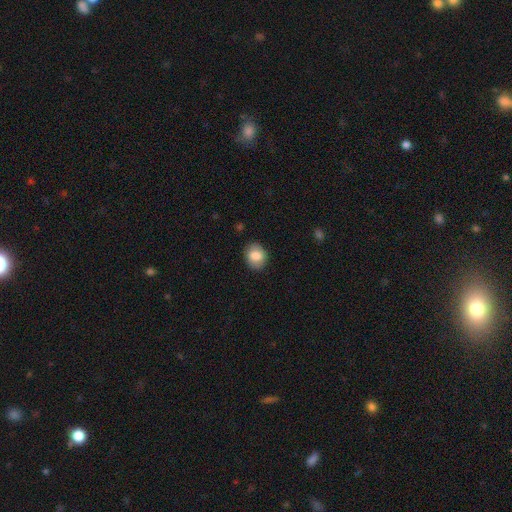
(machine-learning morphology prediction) This is likely a smooth galaxy (80%). How rounded: possibly round (51%). Merging: clearly none (85%).